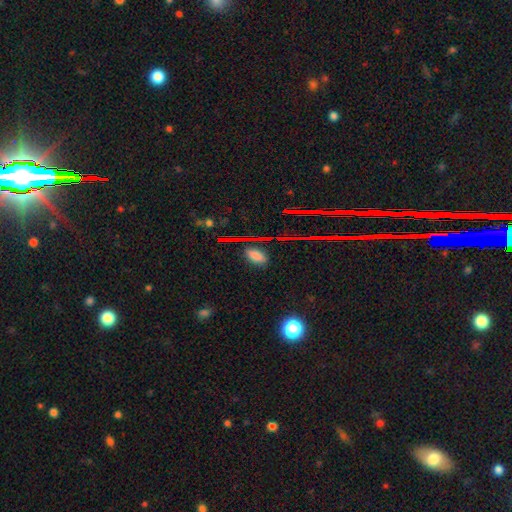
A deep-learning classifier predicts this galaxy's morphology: Overall: smooth (71%). How rounded: in between (87%). Merging: none (80%).